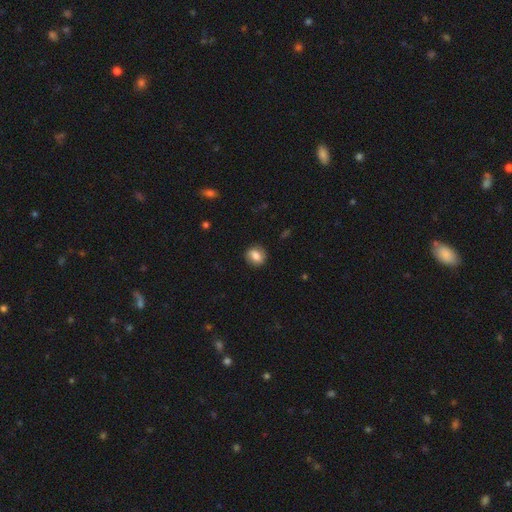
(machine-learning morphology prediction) This is likely a smooth galaxy (76%). How rounded: possibly round (55%). Merging: clearly none (84%).